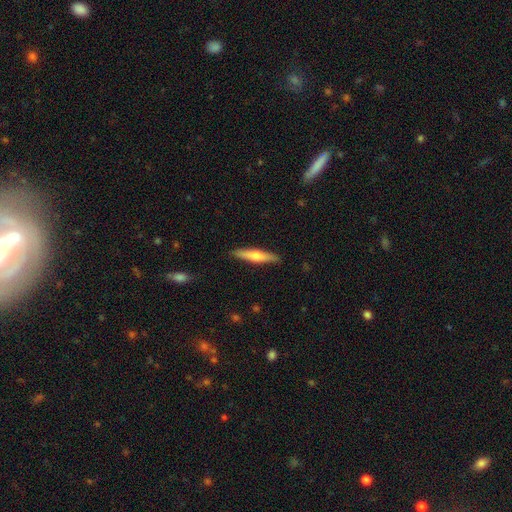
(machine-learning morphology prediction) smooth-or-featured: smooth: 50% | featured or disk: 45% | star or artifact: 5%
  merging: none: 90% | minor disturbance: 8% | major disturbance: 2% | merger: 1%